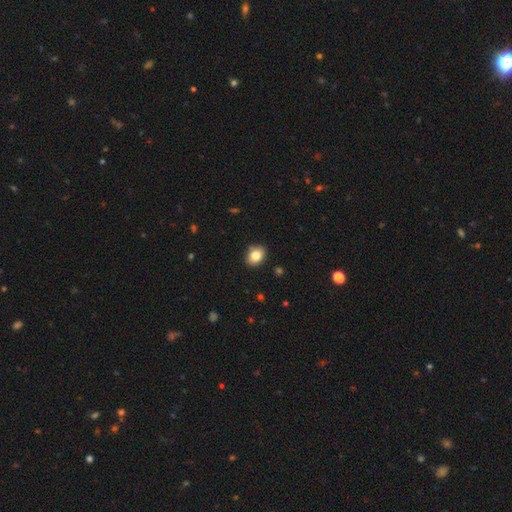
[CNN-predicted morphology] type=smooth (82%); roundness=in between (63%); merging=none (88%).